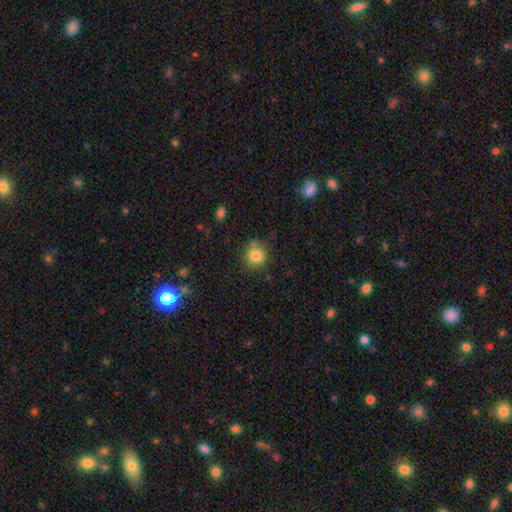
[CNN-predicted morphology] smooth_or_featured: smooth (p=0.82) [alt: star or artifact p=0.11]
how_rounded: round (p=0.90) [alt: in between p=0.09]
merging: none (p=0.79) [alt: minor disturbance p=0.13]